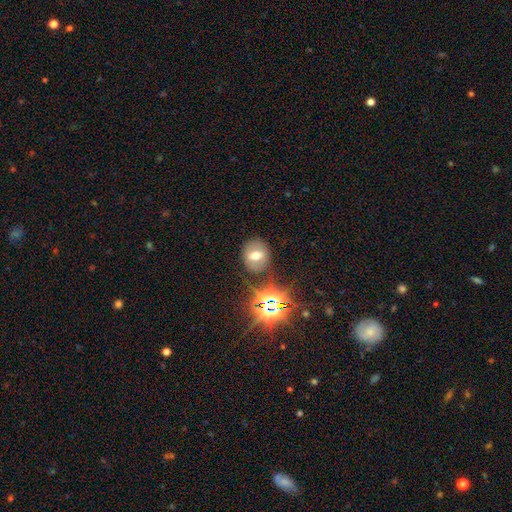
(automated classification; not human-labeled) Smooth or featured? smooth (50%)
How rounded? round (64%)
Merging? none (79%)